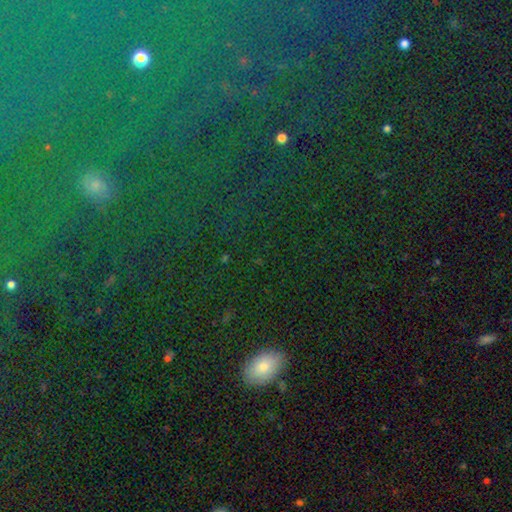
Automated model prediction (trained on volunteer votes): Overall: smooth (47%; star or artifact 42%). Merging: none (87%).